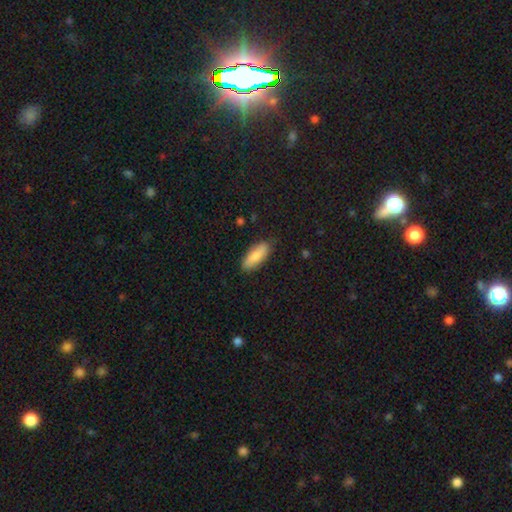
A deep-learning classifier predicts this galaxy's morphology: Smooth or featured: smooth — 85% (featured or disk — 9%)
How rounded: in between — 72% (cigar-shaped — 26%)
Merging: none — 85% (minor disturbance — 12%)